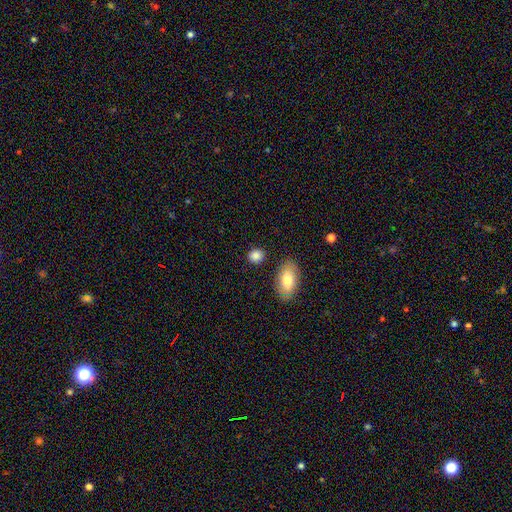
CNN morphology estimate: smooth 86%, star or artifact 9%, featured or disk 5%. Down the decision tree: how rounded — round (60%); merging — none (85%).